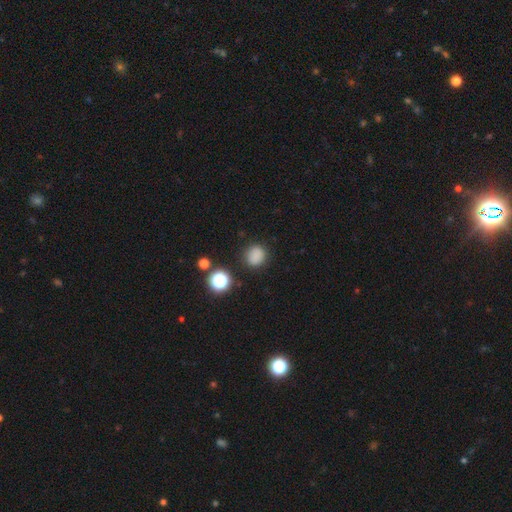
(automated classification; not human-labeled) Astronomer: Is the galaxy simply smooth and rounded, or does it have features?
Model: smooth — 81%.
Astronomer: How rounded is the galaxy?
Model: round — 78%.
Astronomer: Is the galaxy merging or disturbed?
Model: none — 83%.